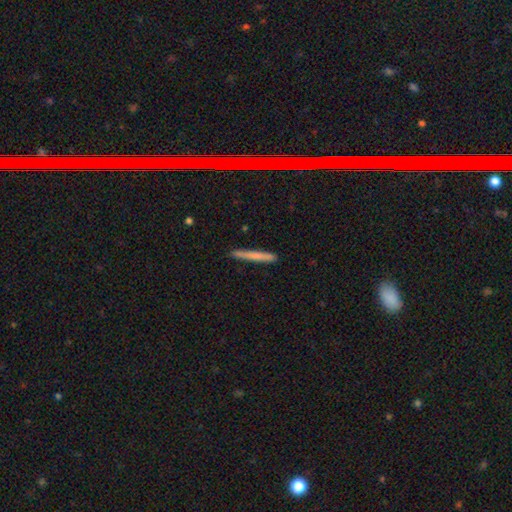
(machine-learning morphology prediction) This is likely a smooth galaxy (64%). How rounded: clearly cigar-shaped (95%). Merging: clearly none (86%).